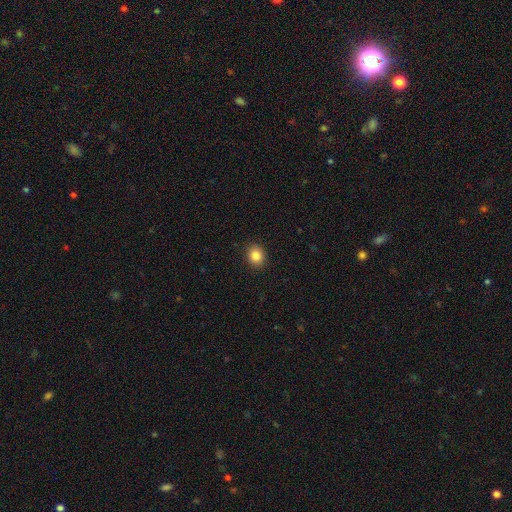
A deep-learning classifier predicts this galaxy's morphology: A smooth galaxy with no disk features (85%) that is round (61%).

Vote fractions:
- Smooth or featured? smooth: 85% / star or artifact: 10% / featured or disk: 5%
- How rounded? round: 61% / in between: 38% / cigar-shaped: 1%
- Merging? none: 91% / minor disturbance: 7% / major disturbance: 2% / merger: 1%